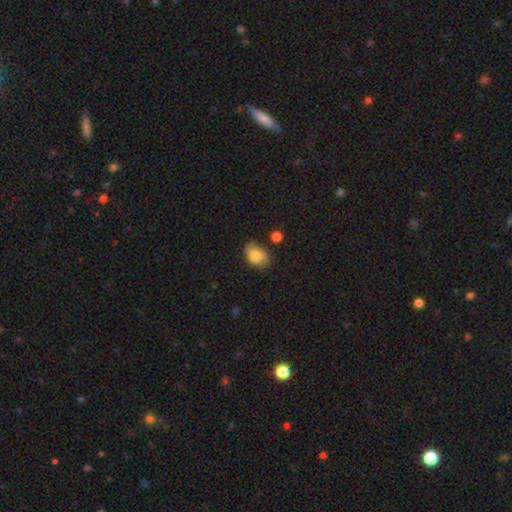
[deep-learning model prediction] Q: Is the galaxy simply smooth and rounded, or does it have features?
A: smooth — 78%.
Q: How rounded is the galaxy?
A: in between — 83%.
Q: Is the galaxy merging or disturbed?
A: none — 61%.